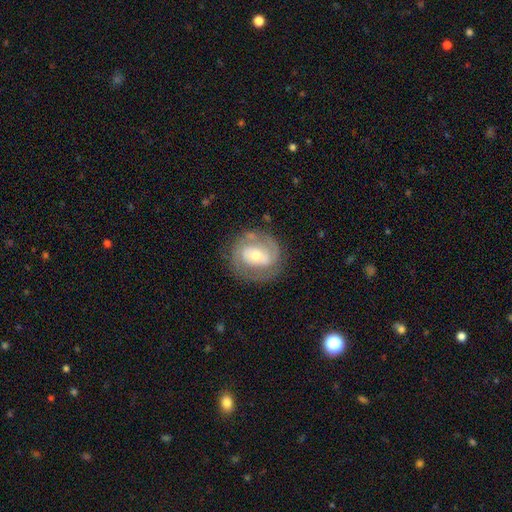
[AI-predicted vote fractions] Morphology: type=featured or disk (70%); edge-on=no (96%); bar=no (42%); spiral arms=yes (70%); bulge=moderate (58%); merging=none (75%).